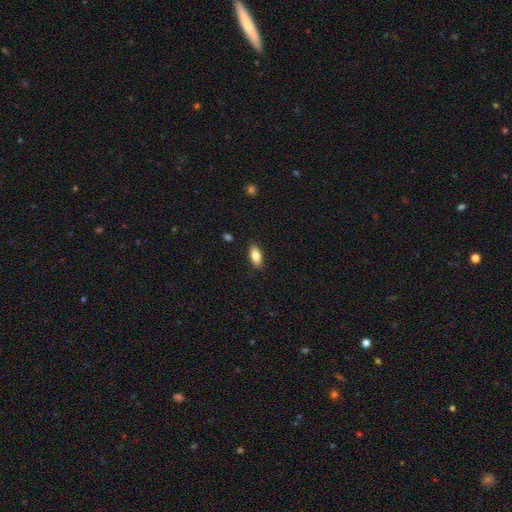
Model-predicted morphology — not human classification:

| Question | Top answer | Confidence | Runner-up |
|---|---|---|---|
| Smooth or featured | smooth | 81% | featured or disk (12%) |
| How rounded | in between | 86% | cigar-shaped (11%) |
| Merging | none | 87% | minor disturbance (10%) |